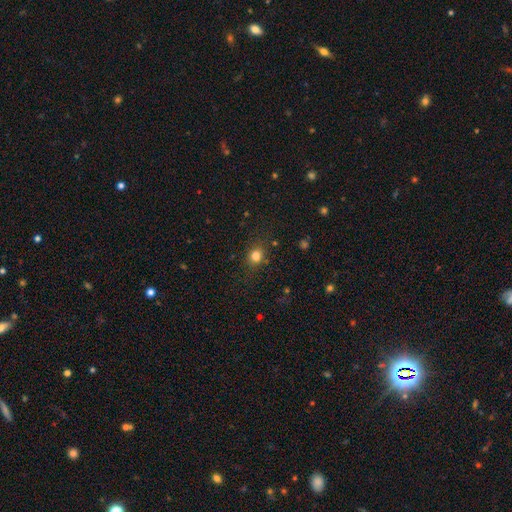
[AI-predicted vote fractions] Smooth or featured? smooth (79%)
How rounded? round (68%)
Merging? none (80%)